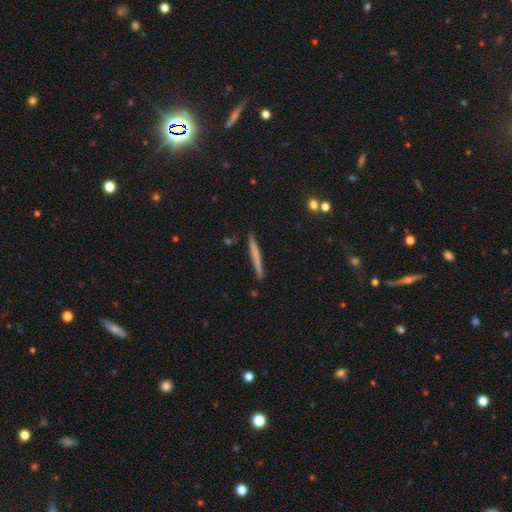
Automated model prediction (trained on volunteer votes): smooth-or-featured: smooth: 60% | featured or disk: 34% | star or artifact: 6%
  how-rounded: cigar-shaped: 97% | in between: 2% | round: 1%
  merging: none: 90% | minor disturbance: 7% | merger: 1% | major disturbance: 1%